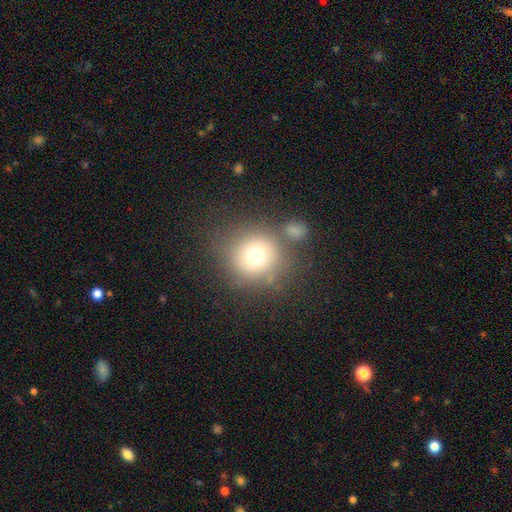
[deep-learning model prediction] smooth_or_featured: smooth (p=0.71) [alt: featured or disk p=0.15]
how_rounded: round (p=0.90) [alt: in between p=0.09]
merging: none (p=0.67) [alt: merger p=0.15]